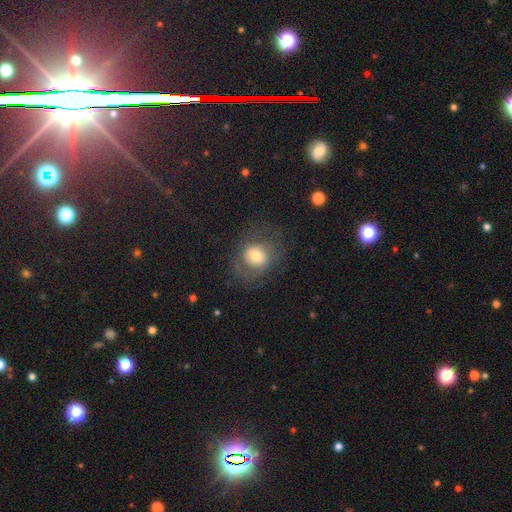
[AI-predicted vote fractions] smooth_or_featured: smooth (p=0.61) [alt: featured or disk p=0.28]
how_rounded: round (p=0.73) [alt: in between p=0.26]
merging: none (p=0.63) [alt: major disturbance p=0.18]